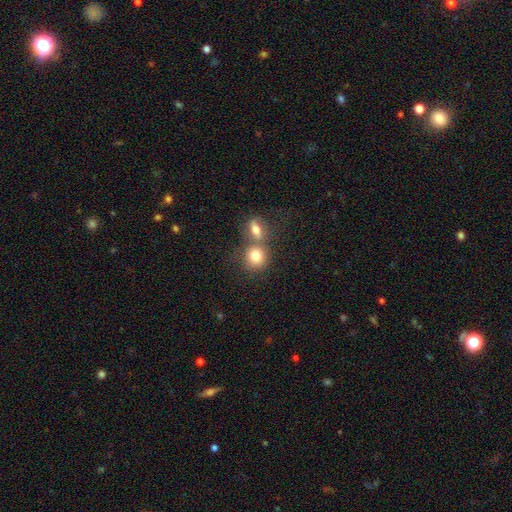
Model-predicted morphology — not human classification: Smooth or featured?
  - smooth: 80% *
  - featured or disk: 11%
  - star or artifact: 9%
How rounded?
  - round: 76% *
  - in between: 22%
  - cigar-shaped: 2%
Merging?
  - merger: 46% *
  - none: 42%
  - minor disturbance: 8%
  - major disturbance: 3%